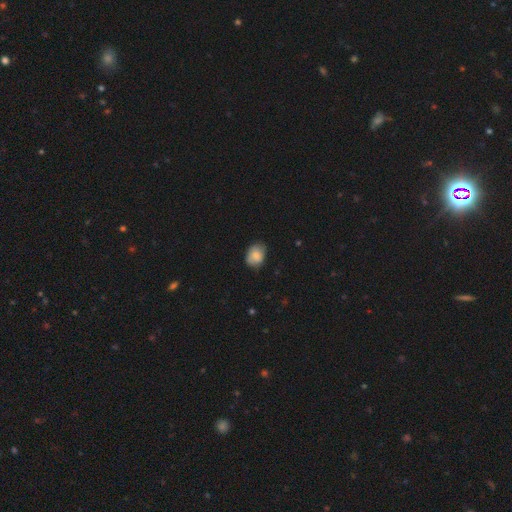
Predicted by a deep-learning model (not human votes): Smooth or featured?
  - smooth: 81% *
  - featured or disk: 11%
  - star or artifact: 8%
How rounded?
  - in between: 62% *
  - round: 37%
  - cigar-shaped: 1%
Merging?
  - none: 73% *
  - minor disturbance: 22%
  - major disturbance: 4%
  - merger: 1%